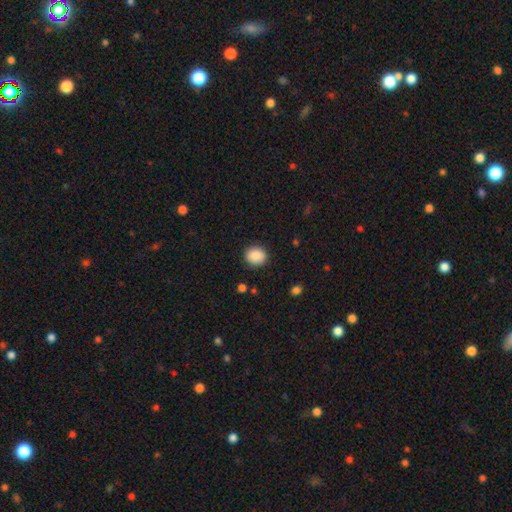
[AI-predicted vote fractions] Smooth or featured? smooth (89%)
How rounded? round (74%)
Merging? none (89%)